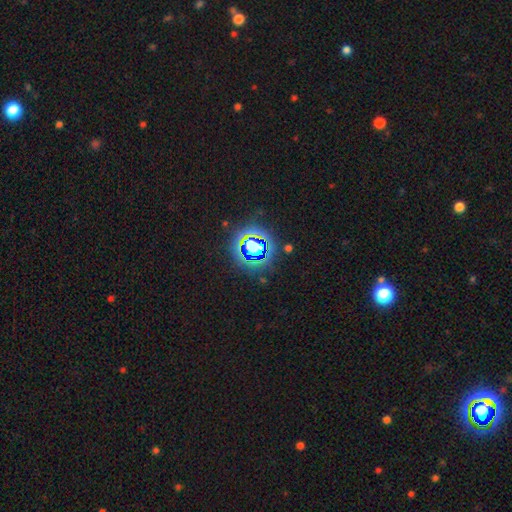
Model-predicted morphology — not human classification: The model was most divided on "smooth or featured": star or artifact: 77%, smooth: 15%, featured or disk: 8%.